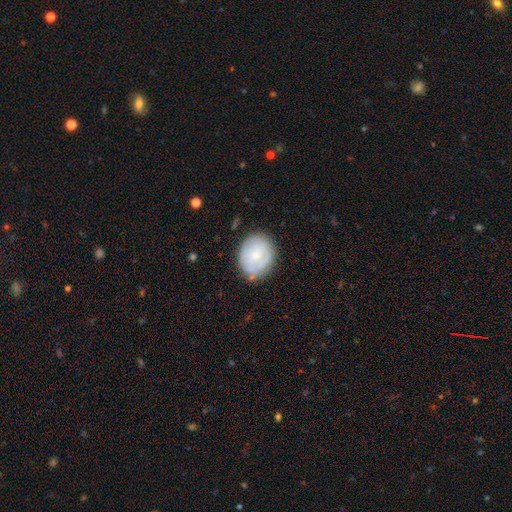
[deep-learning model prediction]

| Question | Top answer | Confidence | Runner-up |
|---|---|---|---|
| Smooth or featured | smooth | 58% | featured or disk (35%) |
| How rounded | round | 57% | in between (42%) |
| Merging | none | 73% | minor disturbance (19%) |